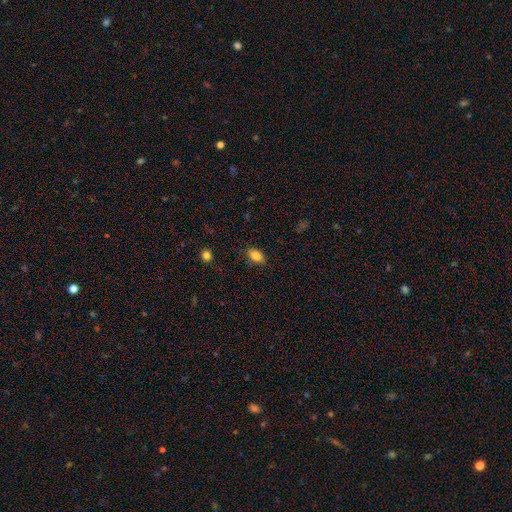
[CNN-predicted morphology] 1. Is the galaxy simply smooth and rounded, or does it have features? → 84% smooth, 9% star or artifact, 7% featured or disk.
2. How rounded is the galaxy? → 89% in between, 8% round, 3% cigar-shaped.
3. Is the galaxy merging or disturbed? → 79% none, 16% minor disturbance, 3% major disturbance, 1% merger.